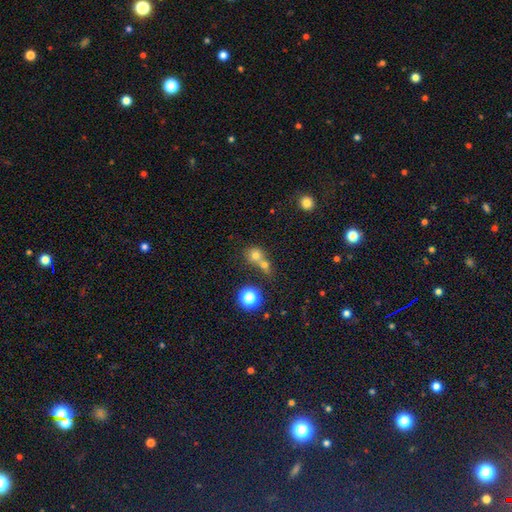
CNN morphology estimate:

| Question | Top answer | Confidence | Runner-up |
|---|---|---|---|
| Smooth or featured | smooth | 70% | star or artifact (17%) |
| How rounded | round | 80% | in between (19%) |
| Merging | merger | 56% | none (34%) |